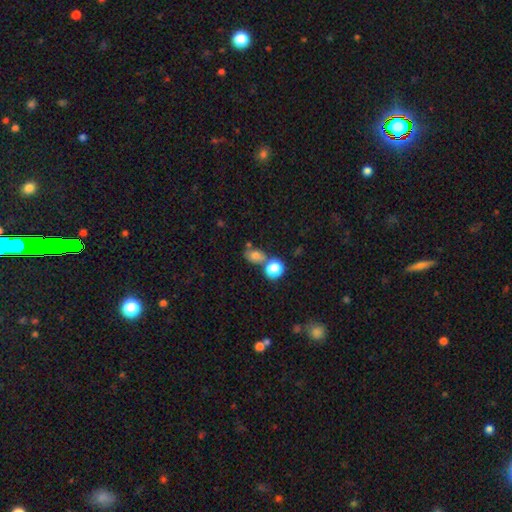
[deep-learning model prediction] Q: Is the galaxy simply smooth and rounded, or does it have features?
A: smooth — 72%.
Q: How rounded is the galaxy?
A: in between — 59%.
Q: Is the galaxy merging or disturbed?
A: none — 52%.